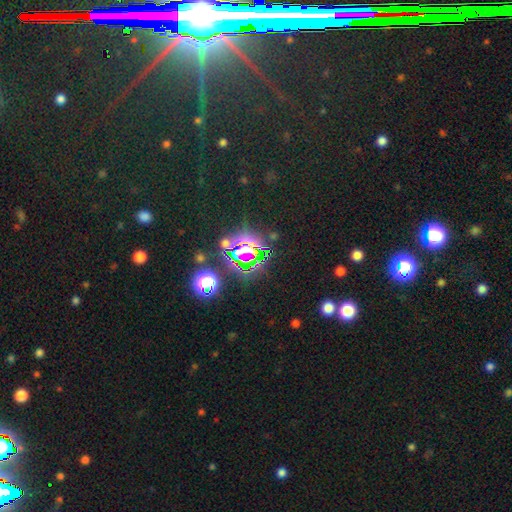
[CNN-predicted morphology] Smooth or featured? Predicted: star or artifact (p=0.83).